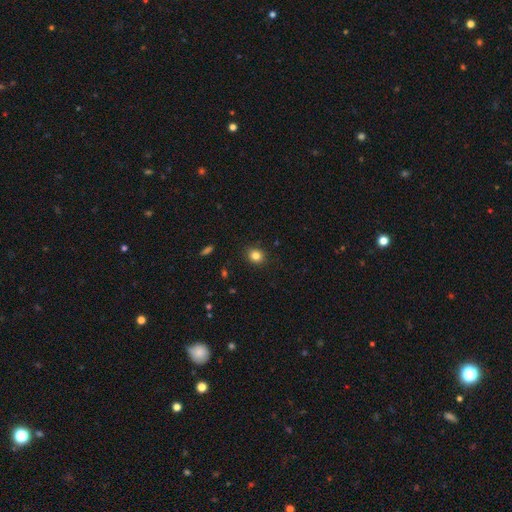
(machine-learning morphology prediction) smooth 83%, star or artifact 12%, featured or disk 6%. Down the decision tree: how rounded — round (72%); merging — none (89%).